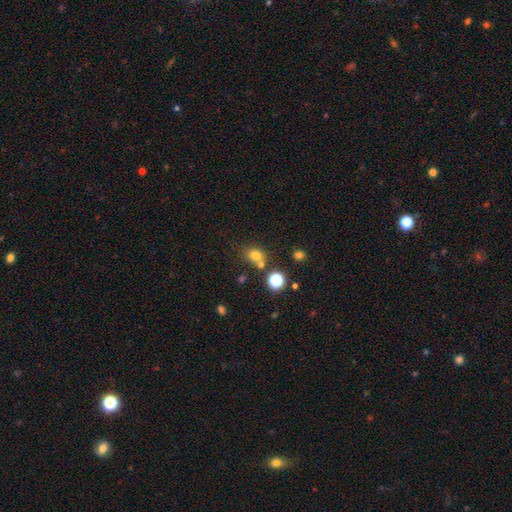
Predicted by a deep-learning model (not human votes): A smooth galaxy with no disk features (72%) that is round (68%). Merging: none (60%).